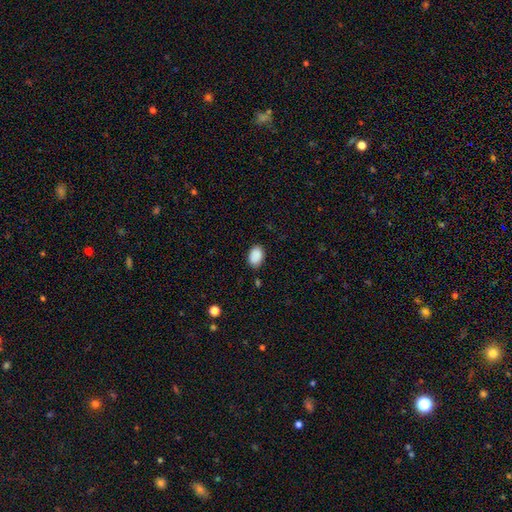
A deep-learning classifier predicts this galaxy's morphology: smooth 88%, star or artifact 7%, featured or disk 4%. Down the decision tree: how rounded — in between (86%); merging — none (82%).